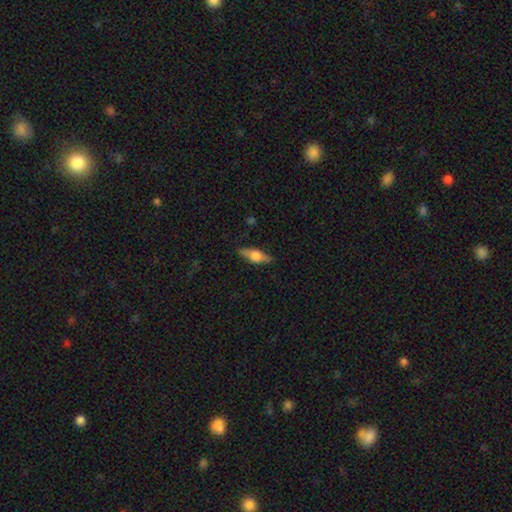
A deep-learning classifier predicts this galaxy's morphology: Smooth or featured?
  - smooth: 50% *
  - featured or disk: 43%
  - star or artifact: 7%
How rounded?
  - in between: 66% *
  - cigar-shaped: 30%
  - round: 4%
Merging?
  - none: 83% *
  - minor disturbance: 13%
  - major disturbance: 3%
  - merger: 1%